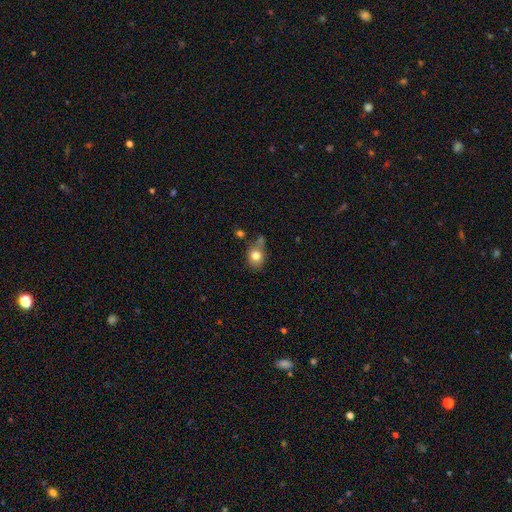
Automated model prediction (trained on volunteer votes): This appears to be a smooth galaxy with no disk features (79%) that is round (62%). Merging: none (54%).